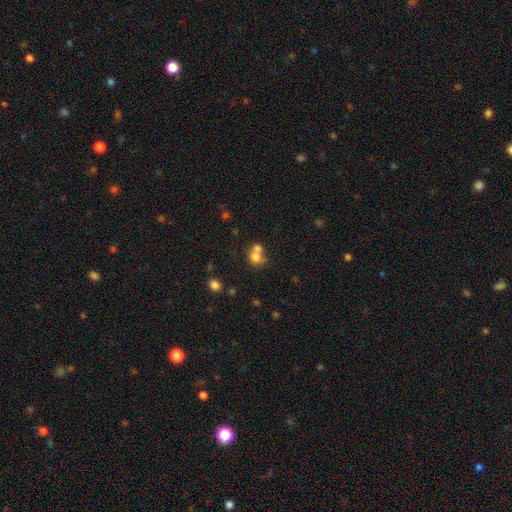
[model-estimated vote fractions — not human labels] Smooth or featured?
  - smooth: 74% *
  - featured or disk: 15%
  - star or artifact: 12%
How rounded?
  - round: 72% *
  - in between: 27%
  - cigar-shaped: 1%
Merging?
  - merger: 59% *
  - none: 30%
  - minor disturbance: 7%
  - major disturbance: 4%